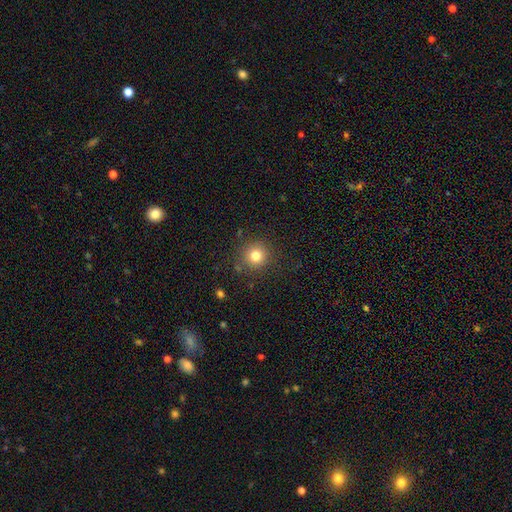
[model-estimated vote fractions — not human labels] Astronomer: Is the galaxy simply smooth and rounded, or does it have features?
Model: smooth — 80%.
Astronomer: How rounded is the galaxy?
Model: round — 93%.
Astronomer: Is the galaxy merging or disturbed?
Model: none — 87%.